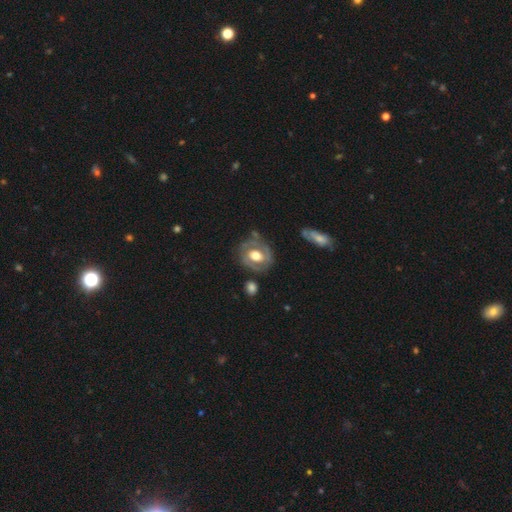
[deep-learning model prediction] smooth_or_featured: featured or disk (p=0.69) [alt: smooth p=0.26]
disk_edge_on: no (p=0.96) [alt: yes p=0.04]
bar: no (p=0.55) [alt: weak p=0.31]
has_spiral_arms: yes (p=0.66) [alt: no p=0.34]
bulge_size: moderate (p=0.61) [alt: large p=0.32]
merging: none (p=0.66) [alt: minor disturbance p=0.21]